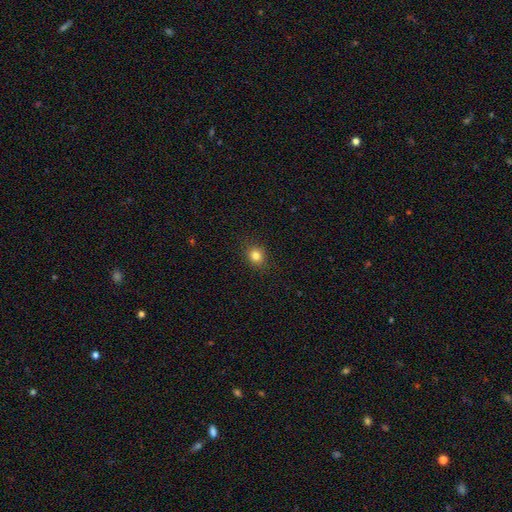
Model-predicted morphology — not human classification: smooth_or_featured: smooth (p=0.82) [alt: star or artifact p=0.12]
how_rounded: round (p=0.75) [alt: in between p=0.24]
merging: none (p=0.88) [alt: minor disturbance p=0.08]